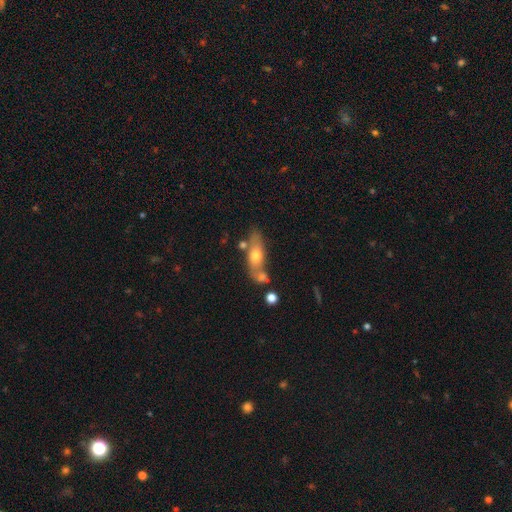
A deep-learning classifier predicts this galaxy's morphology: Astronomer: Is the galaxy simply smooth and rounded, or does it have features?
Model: smooth — 57% (runner-up: featured or disk, 35%).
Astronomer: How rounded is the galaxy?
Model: in between — 64%.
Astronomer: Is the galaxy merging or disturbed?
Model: none — 49% (runner-up: merger, 27%).